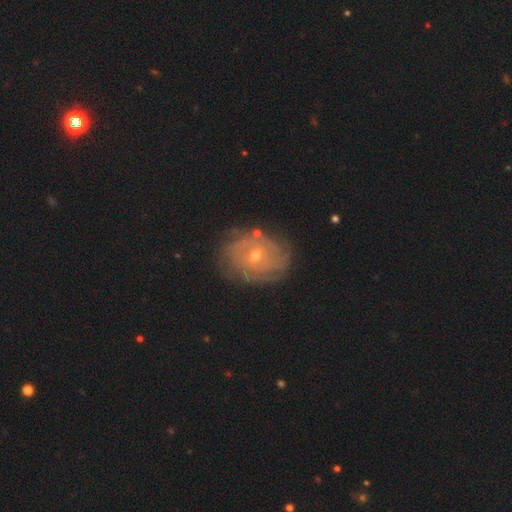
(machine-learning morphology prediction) Smooth or featured? Predicted: featured or disk (p=0.81). Edge-on disk? Predicted: no (p=0.97). Bar? Predicted: no (p=0.70). Spiral arms? Predicted: yes (p=0.91). Spiral winding? Predicted: tight (p=0.77). Spiral arm count? Predicted: can't tell (p=0.43). Bulge size? Predicted: small (p=0.58). Merging? Predicted: none (p=0.77).